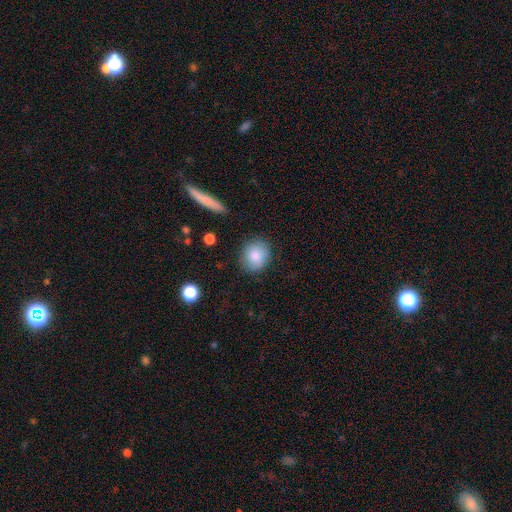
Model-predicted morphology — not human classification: smooth 84%, featured or disk 8%, star or artifact 8%. Down the decision tree: how rounded — round (78%); merging — none (84%).